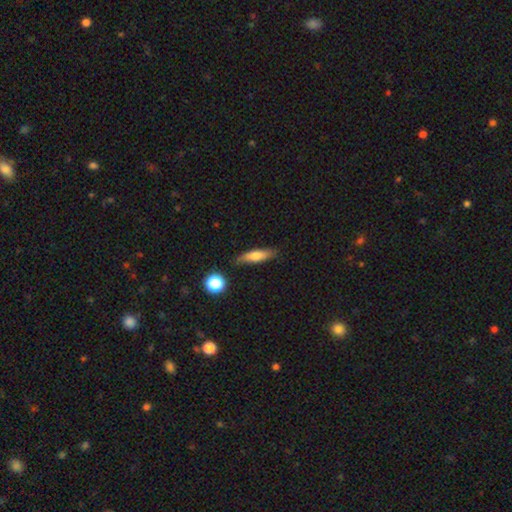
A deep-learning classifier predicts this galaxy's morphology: A smooth galaxy with no disk features (67%) that is cigar-shaped (67%).

Vote fractions:
- Smooth or featured? smooth: 67% / featured or disk: 25% / star or artifact: 8%
- How rounded? cigar-shaped: 67% / in between: 29% / round: 4%
- Merging? none: 81% / minor disturbance: 14% / major disturbance: 3% / merger: 3%